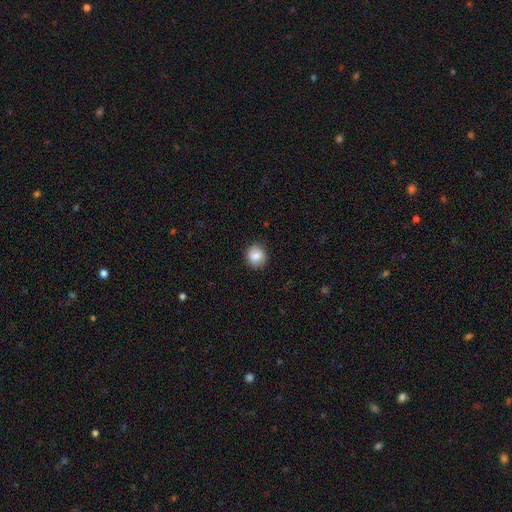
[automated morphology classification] Smooth or featured: smooth — 84% (star or artifact — 9%)
How rounded: round — 80% (in between — 19%)
Merging: none — 88% (minor disturbance — 9%)